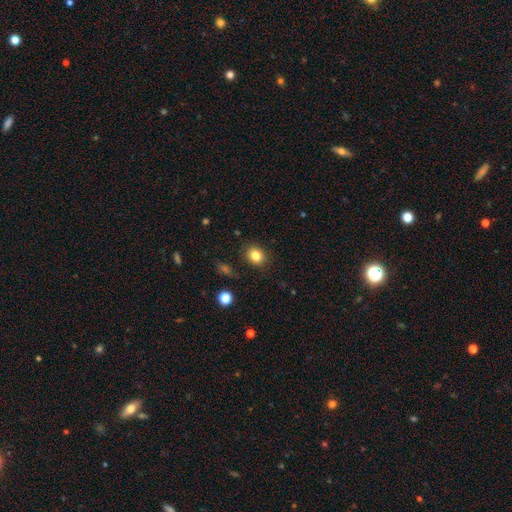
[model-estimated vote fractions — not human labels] A smooth galaxy with no disk features (83%) that is round (61%). Merging: none (86%).